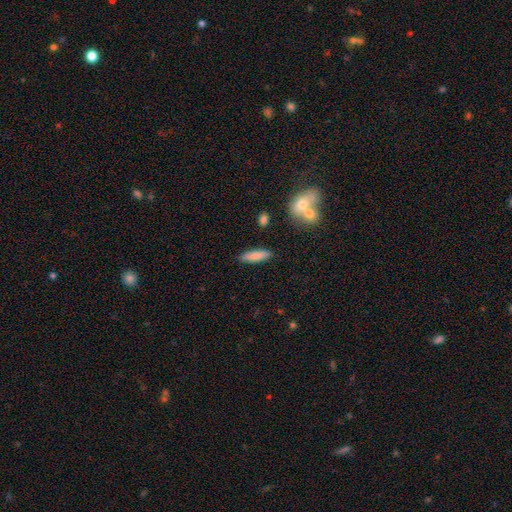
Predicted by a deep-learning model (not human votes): This appears to be a smooth galaxy with no disk features (83%) that is cigar-shaped (66%). Merging: none (87%).